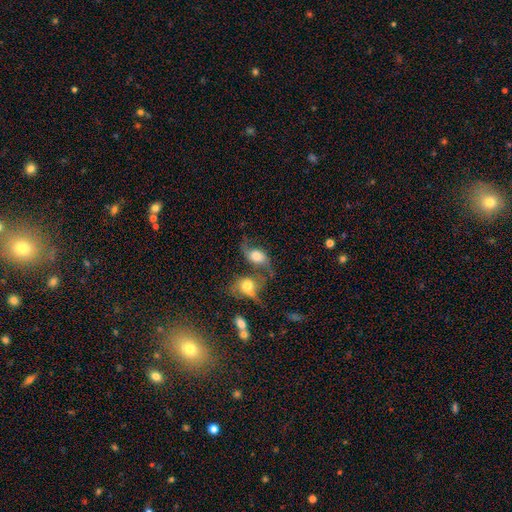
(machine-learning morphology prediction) smooth-or-featured: featured or disk: 59% | smooth: 31% | star or artifact: 10%
  disk-edge-on: no: 95% | yes: 5%
    bar: no: 61% | weak: 31% | strong: 8%
    has-spiral-arms: yes: 87% | no: 13%
    bulge-size: large: 41% | moderate: 34% | small: 11% | dominant: 8% | none: 6%
  merging: merger: 43% | none: 30% | major disturbance: 14% | minor disturbance: 13%